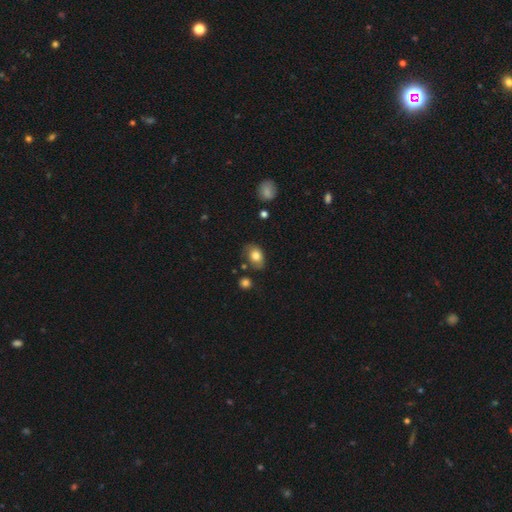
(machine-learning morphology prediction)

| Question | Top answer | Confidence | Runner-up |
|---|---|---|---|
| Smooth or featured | smooth | 79% | featured or disk (12%) |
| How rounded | in between | 81% | round (18%) |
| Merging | none | 67% | minor disturbance (24%) |